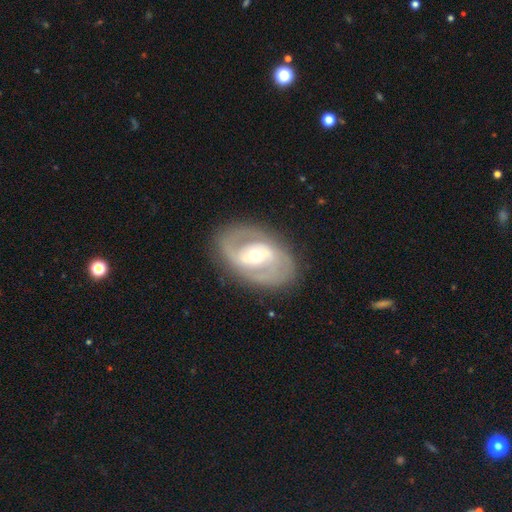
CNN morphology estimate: smooth-or-featured: featured or disk: 83% | smooth: 12% | star or artifact: 5%
  disk-edge-on: no: 95% | yes: 5%
    bar: weak: 41% | no: 33% | strong: 26%
    has-spiral-arms: yes: 86% | no: 14%
      spiral-winding: medium: 45% | tight: 38% | loose: 17%
      spiral-arm-count: 2: 82% | can't tell: 10% | 3: 3% | 1: 3% | 4: 1% | more than 4: 1%
    bulge-size: moderate: 62% | small: 30% | large: 6% | dominant: 1% | none: 1%
  merging: none: 81% | minor disturbance: 12% | major disturbance: 5% | merger: 1%